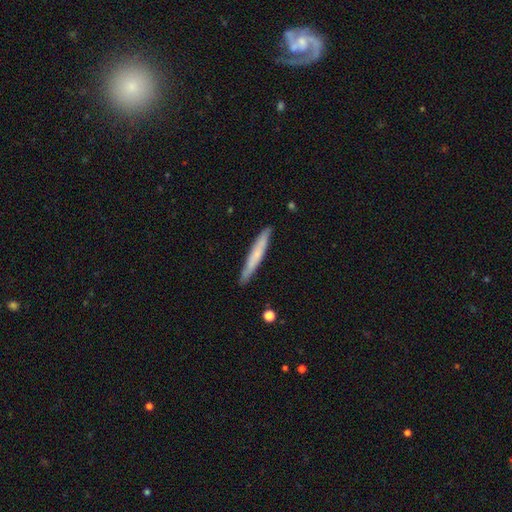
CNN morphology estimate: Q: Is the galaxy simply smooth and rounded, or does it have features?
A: smooth — 62%.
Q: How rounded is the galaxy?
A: cigar-shaped — 96%.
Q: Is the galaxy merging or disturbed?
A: none — 88%.